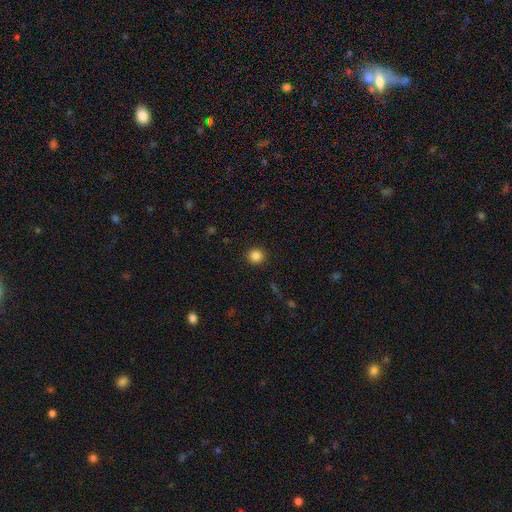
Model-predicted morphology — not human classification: type=smooth (85%); roundness=round (91%); merging=none (92%).